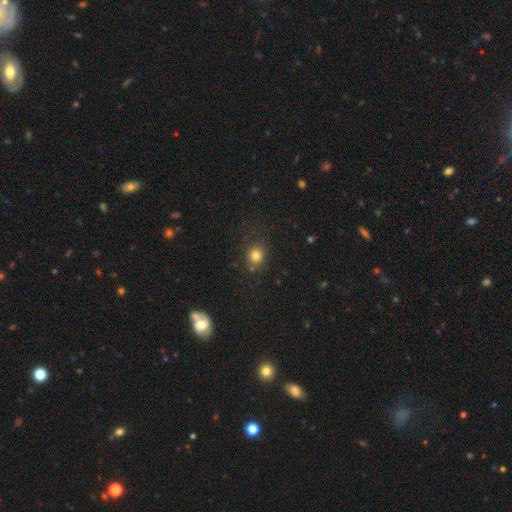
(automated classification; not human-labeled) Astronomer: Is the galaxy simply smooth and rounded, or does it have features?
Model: smooth — 79%.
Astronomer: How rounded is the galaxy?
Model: round — 71%.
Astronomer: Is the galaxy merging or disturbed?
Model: none — 77%.